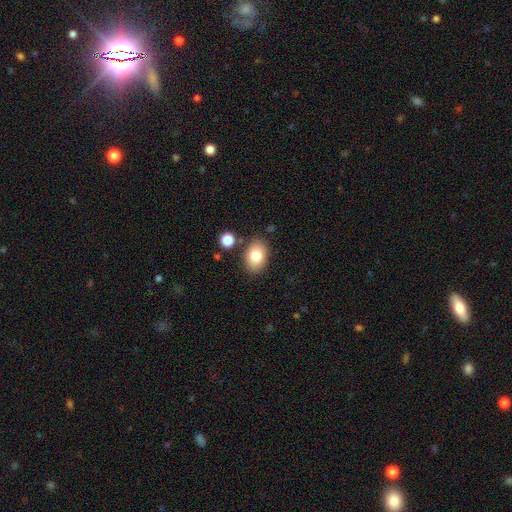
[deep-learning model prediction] Morphology: type=smooth (80%); roundness=in between (78%); merging=none (82%).